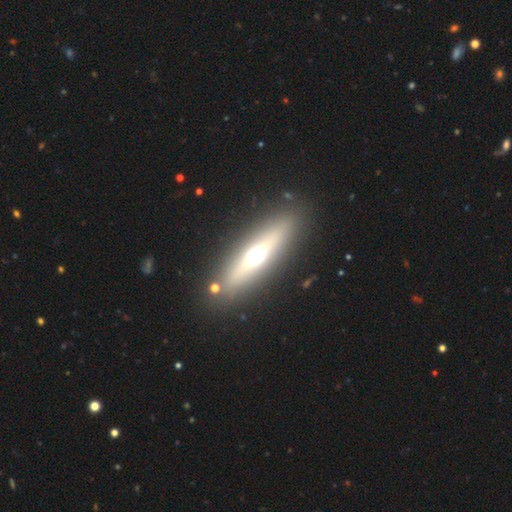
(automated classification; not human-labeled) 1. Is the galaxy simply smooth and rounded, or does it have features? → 53% featured or disk, 39% smooth, 8% star or artifact.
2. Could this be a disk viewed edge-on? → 83% yes, 17% no.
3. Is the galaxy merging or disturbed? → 87% none, 8% minor disturbance, 3% major disturbance, 2% merger.